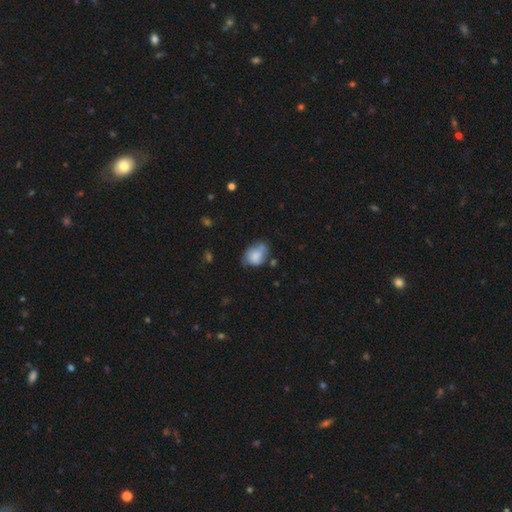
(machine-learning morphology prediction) smooth_or_featured: smooth (p=0.67) [alt: featured or disk p=0.25]
how_rounded: in between (p=0.71) [alt: round p=0.28]
merging: none (p=0.43) [alt: minor disturbance p=0.34]